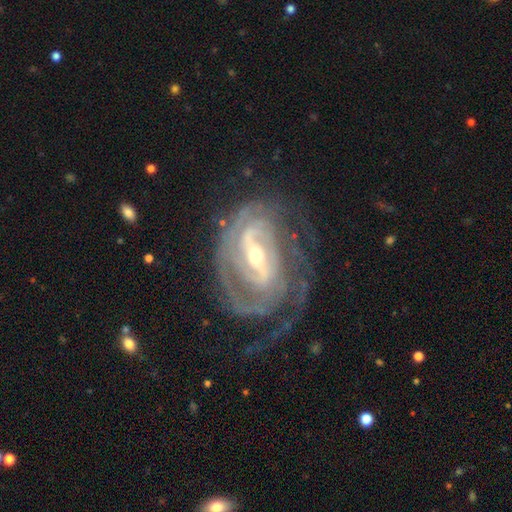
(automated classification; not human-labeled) The model was most divided on "bulge size": moderate: 48%, small: 47%, large: 3%, none: 1%, dominant: 1%. Remaining: spiral arms — yes (97%); edge-on disk — no (96%); smooth or featured — featured or disk (90%); spiral winding — tight (67%); merging — none (62%); bar — strong (55%); spiral arm count — 2 (32%).